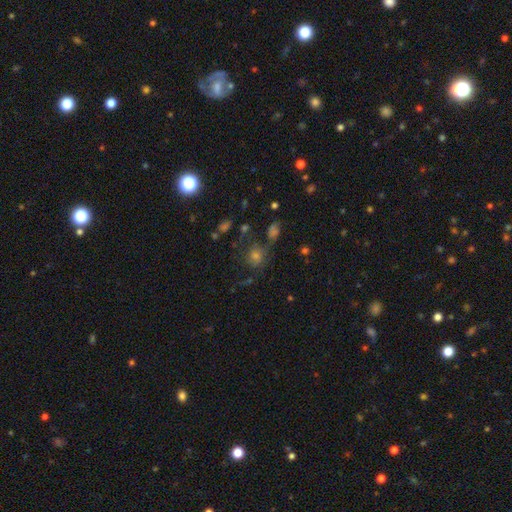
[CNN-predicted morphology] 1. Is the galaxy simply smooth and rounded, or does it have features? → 46% smooth, 34% star or artifact, 20% featured or disk.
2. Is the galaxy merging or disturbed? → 66% none, 15% minor disturbance, 10% merger, 9% major disturbance.